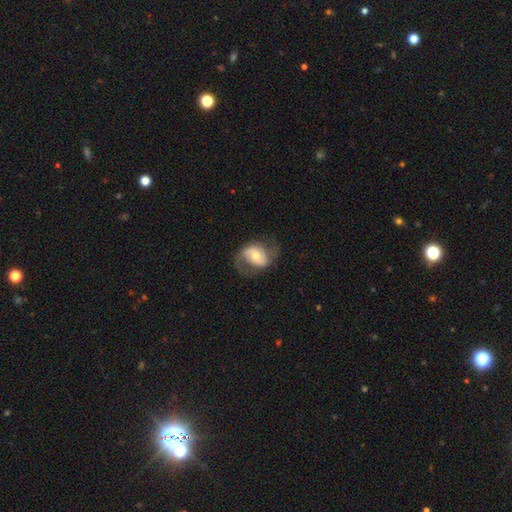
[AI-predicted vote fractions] The model was most divided on "bar": no: 40%, weak: 37%, strong: 23%. Remaining: edge-on disk — no (96%); spiral arm count — 2 (83%); spiral arms — yes (83%); smooth or featured — featured or disk (67%); merging — none (62%); bulge size — moderate (60%); spiral winding — medium (44%).